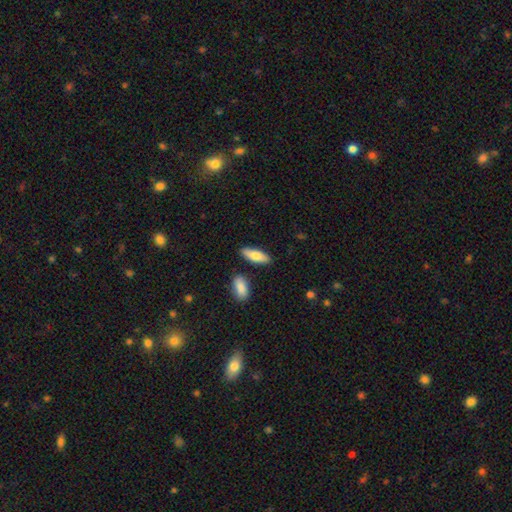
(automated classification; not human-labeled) Smooth or featured?
  - smooth: 77% *
  - featured or disk: 18%
  - star or artifact: 6%
How rounded?
  - in between: 65% *
  - cigar-shaped: 32%
  - round: 2%
Merging?
  - none: 84% *
  - minor disturbance: 9%
  - merger: 4%
  - major disturbance: 2%